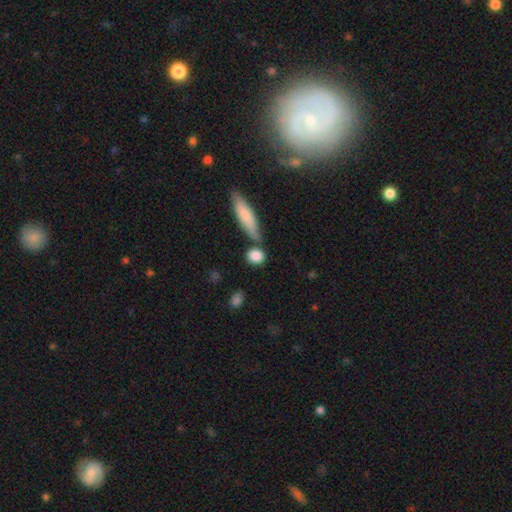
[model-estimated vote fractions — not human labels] Q: Smooth or featured?
A: smooth (86%); runner-up: featured or disk (7%)
Q: How rounded?
A: round (64%); runner-up: in between (26%)
Q: Merging?
A: none (70%); runner-up: merger (13%)